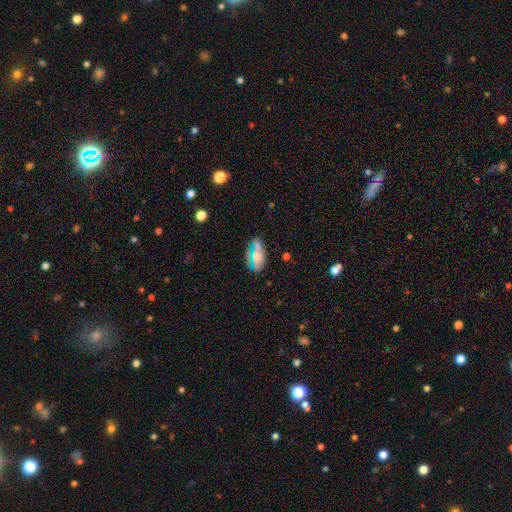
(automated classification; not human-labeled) smooth 60%, featured or disk 24%, star or artifact 16%. Down the decision tree: how rounded — in between (86%); merging — none (63%).